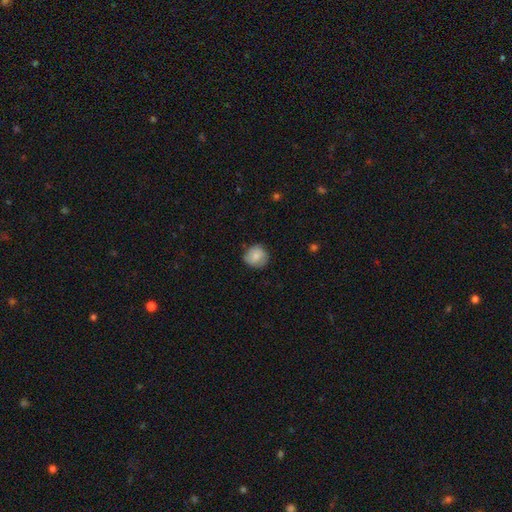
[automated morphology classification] Smooth or featured? smooth (76%)
How rounded? round (89%)
Merging? none (78%)